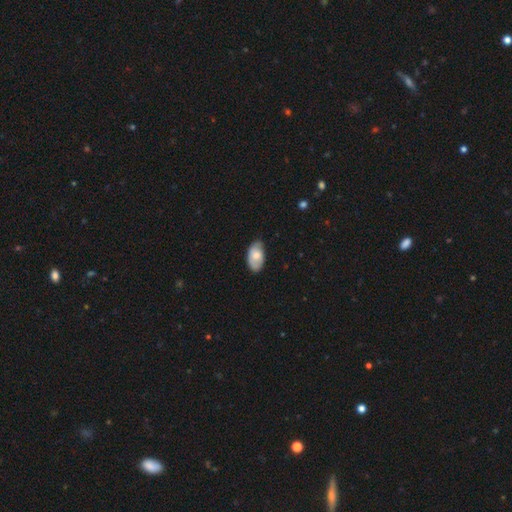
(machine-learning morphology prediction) The model was most divided on "merging": none: 68%, minor disturbance: 27%, major disturbance: 4%, merger: 1%. More confident: how rounded — in between (94%); smooth or featured — smooth (72%).